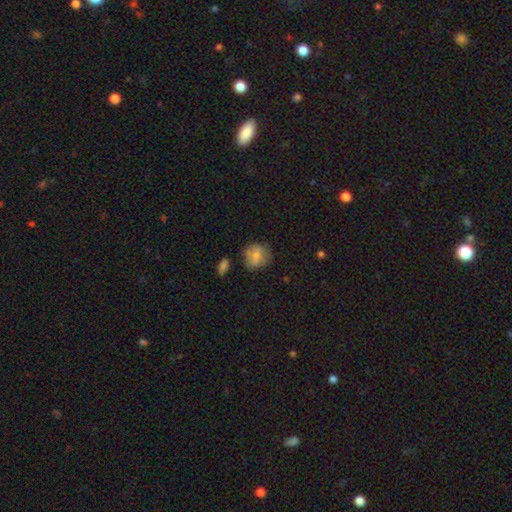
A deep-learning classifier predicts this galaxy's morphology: This is likely a smooth galaxy (76%). How rounded: likely round (71%). Merging: likely none (67%).